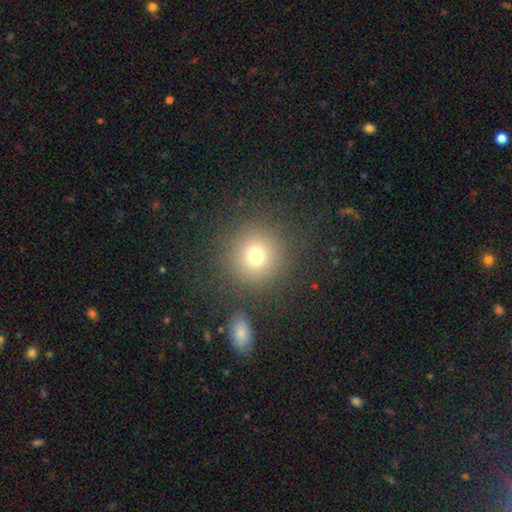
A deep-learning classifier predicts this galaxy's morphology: Smooth or featured? Predicted: smooth (p=0.74). How rounded? Predicted: round (p=0.94). Merging? Predicted: none (p=0.85).